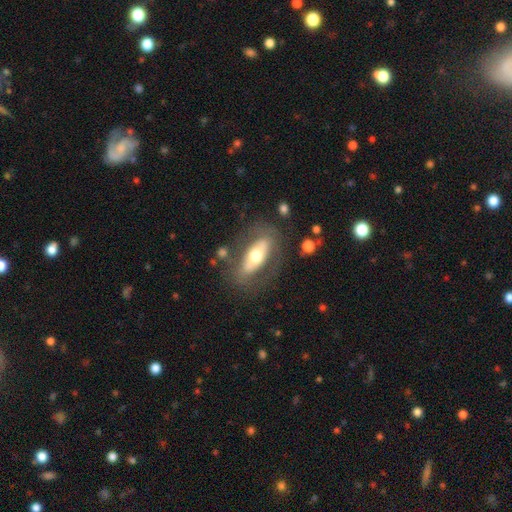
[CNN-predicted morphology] Smooth or featured? featured or disk (50%)
Edge-on disk? no (75%)
Merging? none (73%)